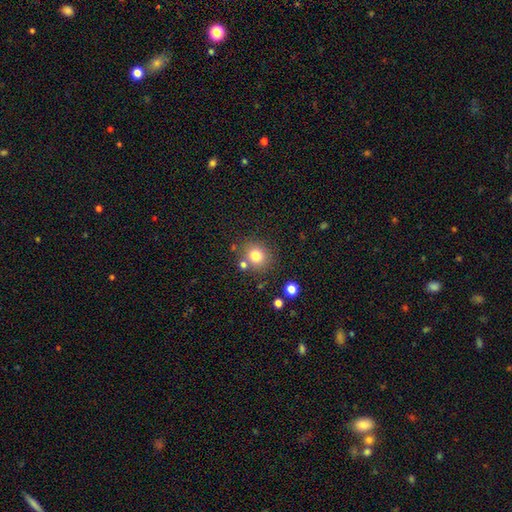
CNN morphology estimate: smooth-or-featured: smooth: 79% | star or artifact: 13% | featured or disk: 8%
  how-rounded: round: 84% | in between: 15% | cigar-shaped: 1%
  merging: none: 77% | minor disturbance: 10% | merger: 10% | major disturbance: 4%